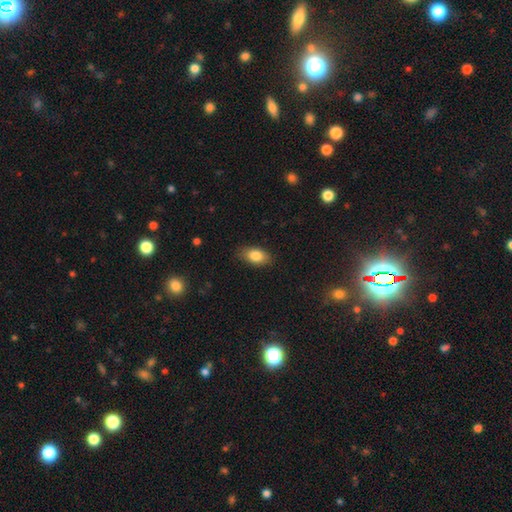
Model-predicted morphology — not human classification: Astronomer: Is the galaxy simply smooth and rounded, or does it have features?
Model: smooth — 84%.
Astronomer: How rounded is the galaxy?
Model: in between — 89%.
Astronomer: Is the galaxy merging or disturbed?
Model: none — 83%.